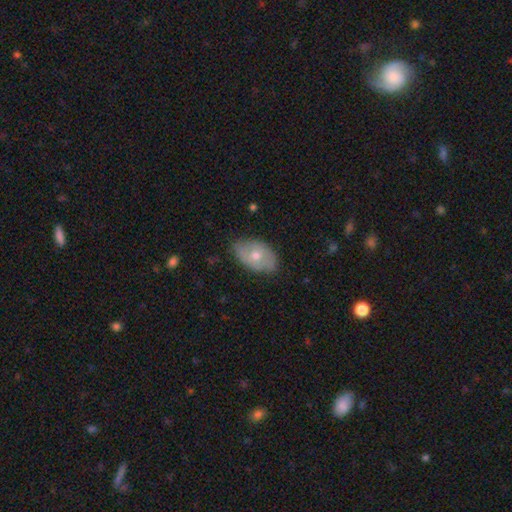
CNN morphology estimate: Smooth or featured? smooth (52%)
How rounded? in between (89%)
Merging? none (76%)